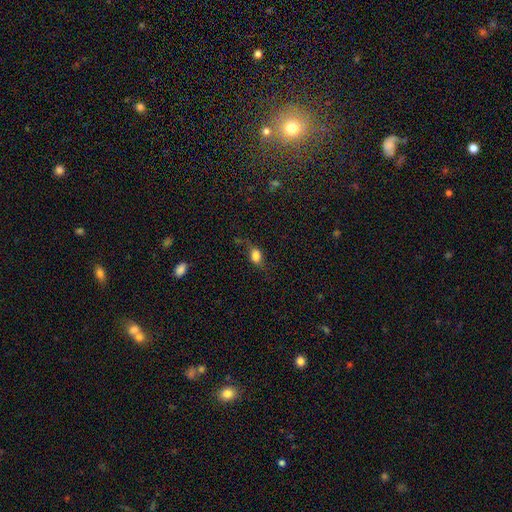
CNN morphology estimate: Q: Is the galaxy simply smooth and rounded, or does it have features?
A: smooth — 67%.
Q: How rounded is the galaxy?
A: in between — 68%.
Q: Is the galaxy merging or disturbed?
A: none — 52%.